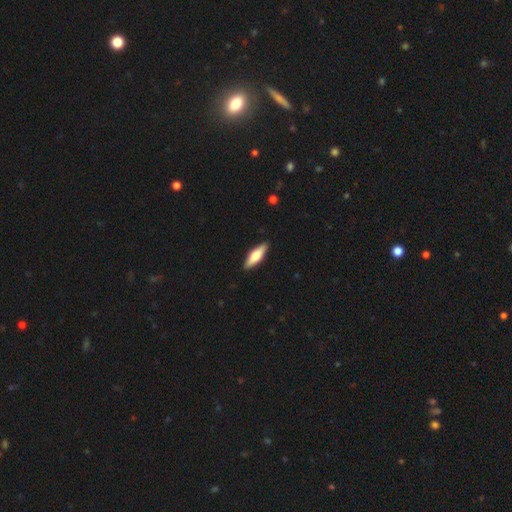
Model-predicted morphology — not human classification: Smooth or featured?
  - smooth: 57% *
  - featured or disk: 38%
  - star or artifact: 5%
How rounded?
  - cigar-shaped: 55% *
  - in between: 43%
  - round: 2%
Merging?
  - none: 89% *
  - minor disturbance: 8%
  - major disturbance: 2%
  - merger: 1%